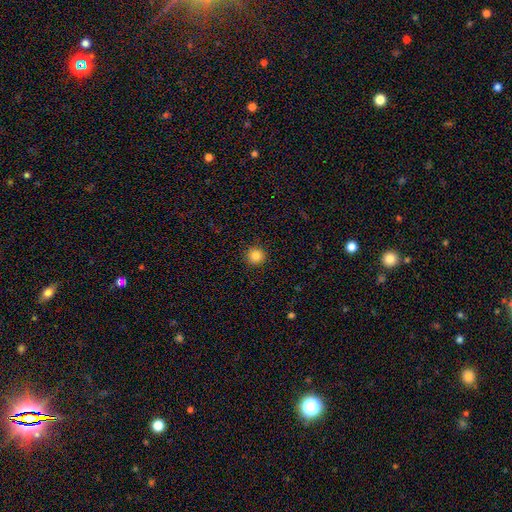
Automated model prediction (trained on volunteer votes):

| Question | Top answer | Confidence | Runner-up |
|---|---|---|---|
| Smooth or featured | smooth | 84% | star or artifact (11%) |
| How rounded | round | 95% | in between (4%) |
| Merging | none | 92% | minor disturbance (5%) |